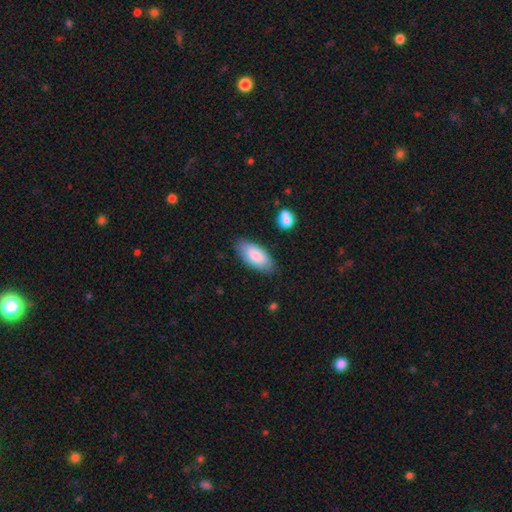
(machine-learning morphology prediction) Smooth or featured? smooth (83%)
How rounded? in between (88%)
Merging? none (82%)